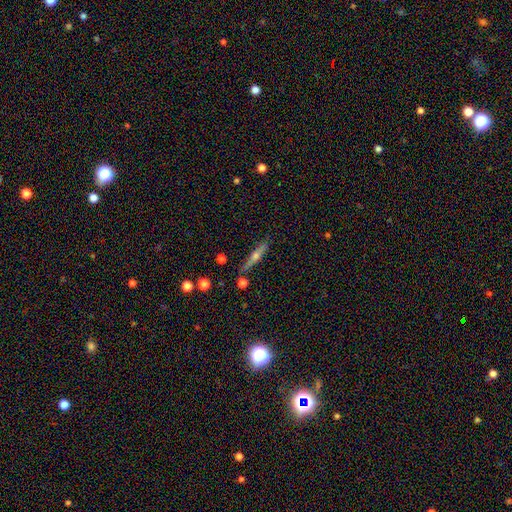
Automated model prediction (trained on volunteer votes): Smooth or featured? featured or disk (62%)
Edge-on disk? yes (95%)
Edge-on bulge? rounded (86%)
Merging? none (81%)